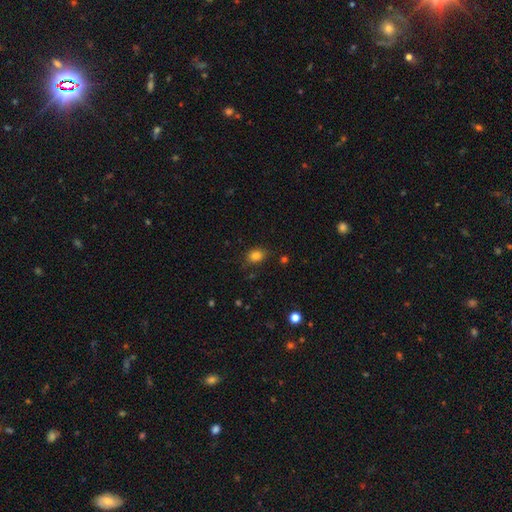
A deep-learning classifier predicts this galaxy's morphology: A smooth galaxy with no disk features (83%) that is in between round and cigar-shaped (63%). Merging: none (79%).